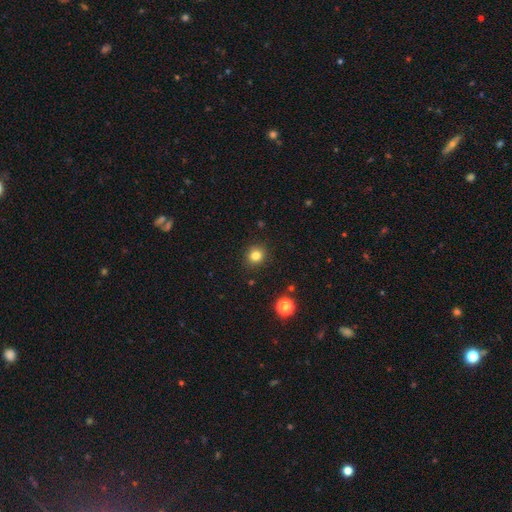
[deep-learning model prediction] Smooth or featured: smooth — 82% (star or artifact — 13%)
How rounded: round — 86% (in between — 13%)
Merging: none — 90% (minor disturbance — 6%)